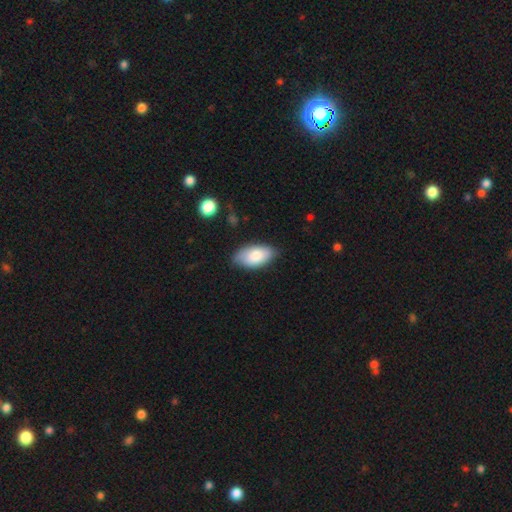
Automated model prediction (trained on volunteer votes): Smooth or featured?
  - smooth: 82% *
  - featured or disk: 12%
  - star or artifact: 6%
How rounded?
  - in between: 94% *
  - round: 3%
  - cigar-shaped: 3%
Merging?
  - none: 78% *
  - minor disturbance: 17%
  - major disturbance: 3%
  - merger: 1%